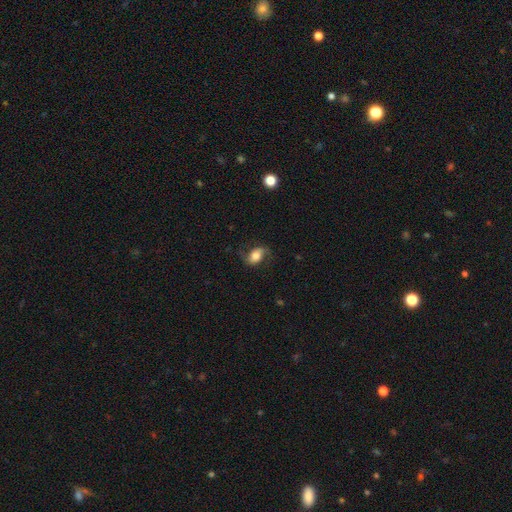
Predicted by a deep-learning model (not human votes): This appears to be a featured or disk galaxy (46%). Merging: none (68%).